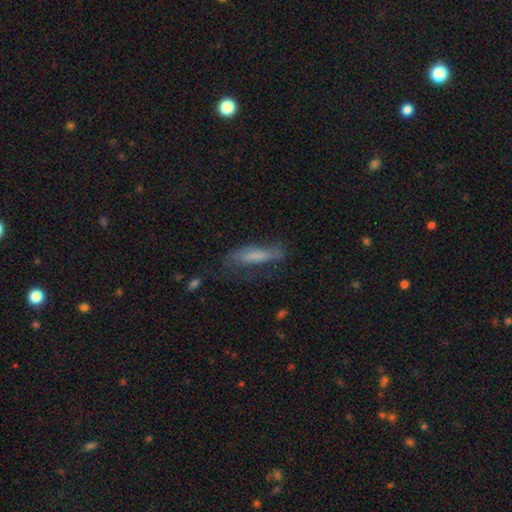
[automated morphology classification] This is possibly a smooth galaxy (55%). How rounded: likely cigar-shaped (68%). Merging: possibly none (50%).